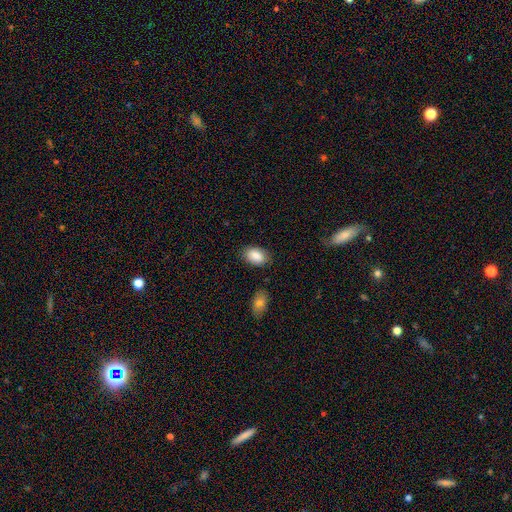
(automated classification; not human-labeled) Smooth or featured? smooth (87%)
How rounded? in between (89%)
Merging? none (83%)